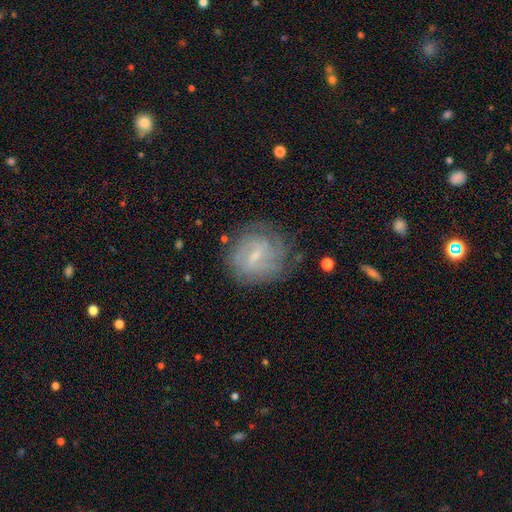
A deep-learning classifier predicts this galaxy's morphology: This appears to be a featured or disk galaxy (67%) with a weak bar (60%), tight (61%) spiral arms (81%) and a small central bulge (61%). Merging: none (69%).